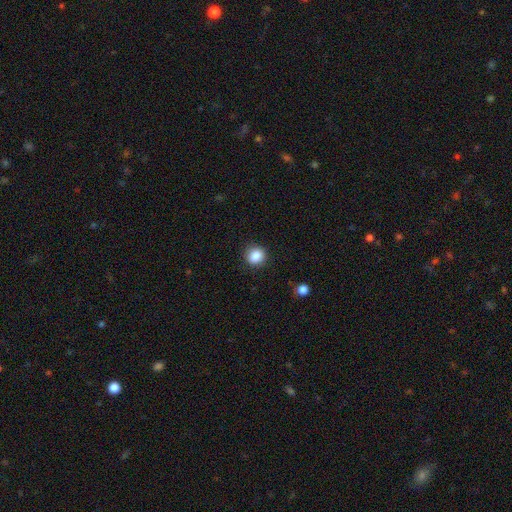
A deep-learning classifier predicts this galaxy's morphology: Smooth or featured? Predicted: smooth (p=0.86). How rounded? Predicted: round (p=0.89). Merging? Predicted: none (p=0.89).